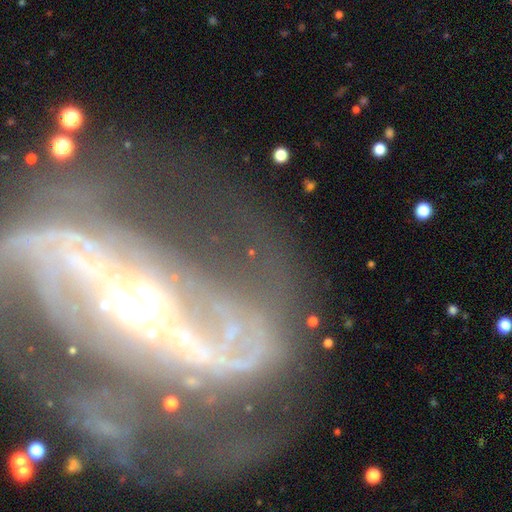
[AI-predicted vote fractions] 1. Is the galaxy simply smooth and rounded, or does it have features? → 83% featured or disk, 9% star or artifact, 8% smooth.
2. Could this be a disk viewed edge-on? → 87% no, 13% yes.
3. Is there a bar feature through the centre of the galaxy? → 53% strong, 25% no, 22% weak.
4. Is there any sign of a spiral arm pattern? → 75% yes, 25% no.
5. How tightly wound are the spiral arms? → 42% loose, 35% medium, 23% tight.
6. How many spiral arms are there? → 64% 2, 16% can't tell, 7% 1, 6% 3, 4% 4, 4% more than 4.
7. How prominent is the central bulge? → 53% moderate, 25% small, 14% large, 4% dominant, 3% none.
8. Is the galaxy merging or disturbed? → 45% none, 32% major disturbance, 15% minor disturbance, 8% merger.